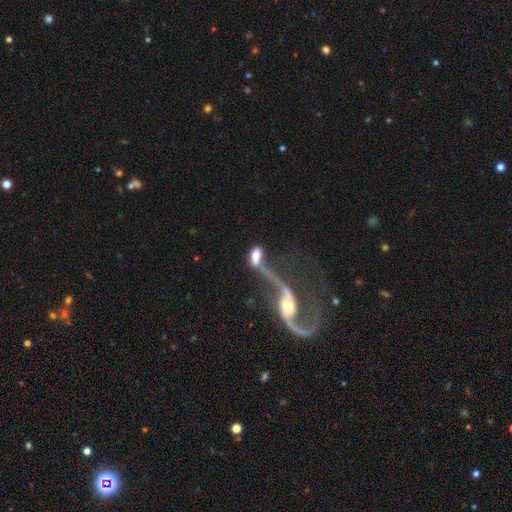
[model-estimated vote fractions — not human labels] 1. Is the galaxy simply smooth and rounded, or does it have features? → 57% smooth, 33% featured or disk, 9% star or artifact.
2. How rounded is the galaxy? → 82% in between, 9% cigar-shaped, 9% round.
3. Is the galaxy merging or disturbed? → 54% merger, 19% none, 18% major disturbance, 10% minor disturbance.